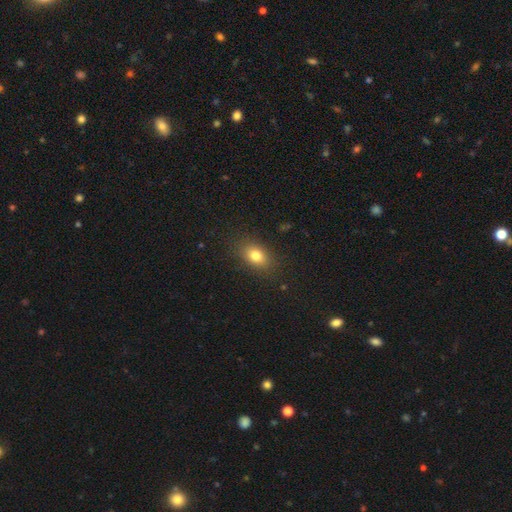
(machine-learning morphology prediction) A smooth galaxy with no disk features (81%) that is in between round and cigar-shaped (75%).

Vote fractions:
- Smooth or featured? smooth: 81% / star or artifact: 11% / featured or disk: 9%
- How rounded? in between: 75% / round: 23% / cigar-shaped: 2%
- Merging? none: 85% / minor disturbance: 11% / major disturbance: 4% / merger: 1%